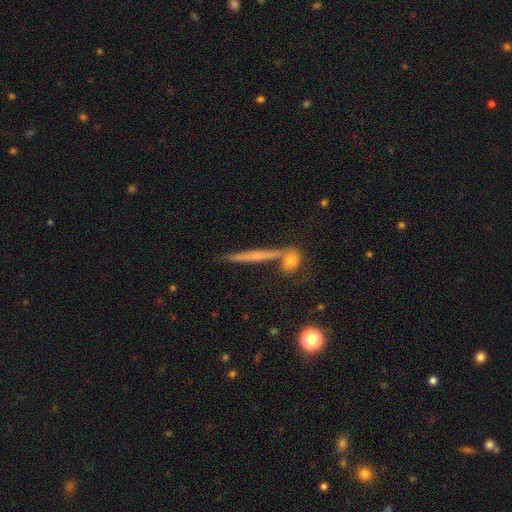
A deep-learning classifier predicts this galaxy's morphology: smooth_or_featured: featured or disk (p=0.53) [alt: smooth p=0.38]
disk_edge_on: yes (p=0.93) [alt: no p=0.07]
merging: none (p=0.71) [alt: merger p=0.16]